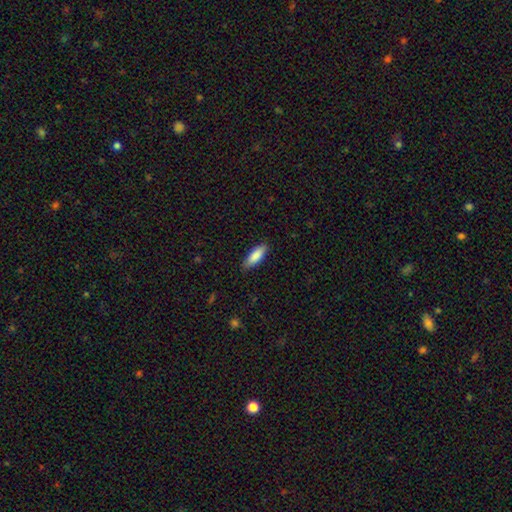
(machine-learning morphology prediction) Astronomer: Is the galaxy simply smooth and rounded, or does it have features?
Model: smooth — 87%.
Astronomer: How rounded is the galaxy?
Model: in between — 60% (runner-up: cigar-shaped, 39%).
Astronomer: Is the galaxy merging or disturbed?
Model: none — 86%.